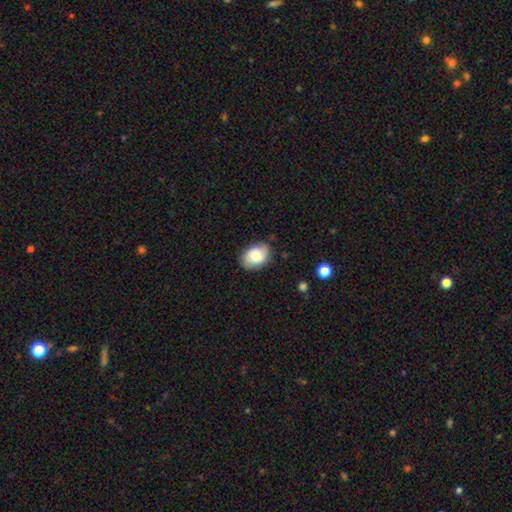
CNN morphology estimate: Q: Smooth or featured?
A: smooth (75%); runner-up: featured or disk (18%)
Q: How rounded?
A: in between (78%); runner-up: round (21%)
Q: Merging?
A: none (80%); runner-up: minor disturbance (16%)